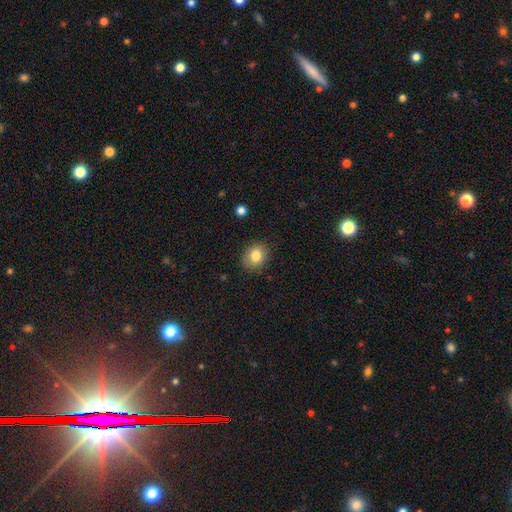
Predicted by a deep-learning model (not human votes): smooth 82%, star or artifact 9%, featured or disk 8%. Down the decision tree: how rounded — round (55%); merging — none (84%).